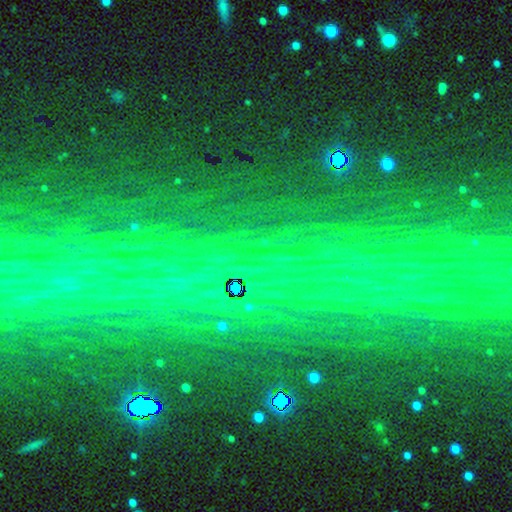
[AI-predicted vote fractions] Smooth or featured: star or artifact — 85% (featured or disk — 8%)